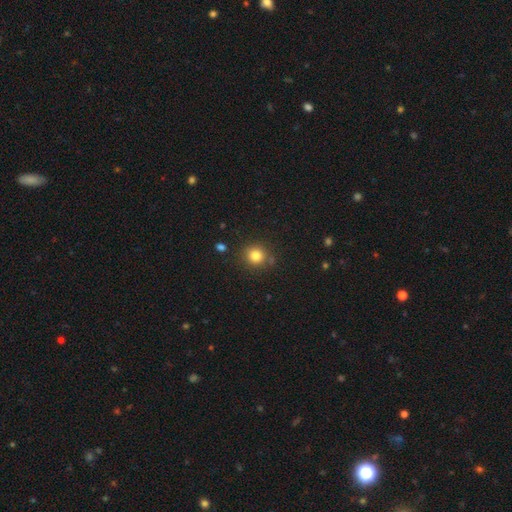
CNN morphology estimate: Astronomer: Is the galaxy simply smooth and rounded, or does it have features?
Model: smooth — 81%.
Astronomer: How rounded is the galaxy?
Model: round — 88%.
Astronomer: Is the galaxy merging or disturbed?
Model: none — 83%.